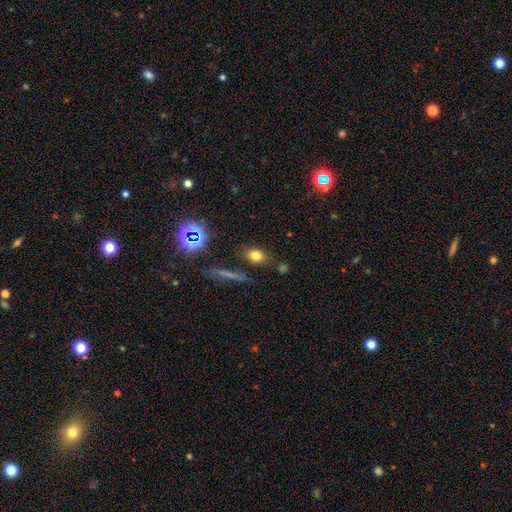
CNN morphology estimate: The model was most divided on "how rounded": in between: 63%, round: 33%, cigar-shaped: 4%. More confident: merging — none (80%); smooth or featured — smooth (74%).